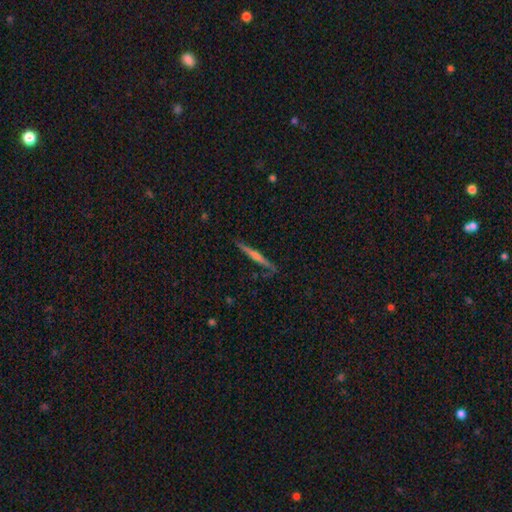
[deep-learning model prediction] Smooth or featured? Predicted: featured or disk (p=0.71). Edge-on disk? Predicted: yes (p=0.97). Edge-on bulge? Predicted: rounded (p=0.73). Merging? Predicted: none (p=0.87).